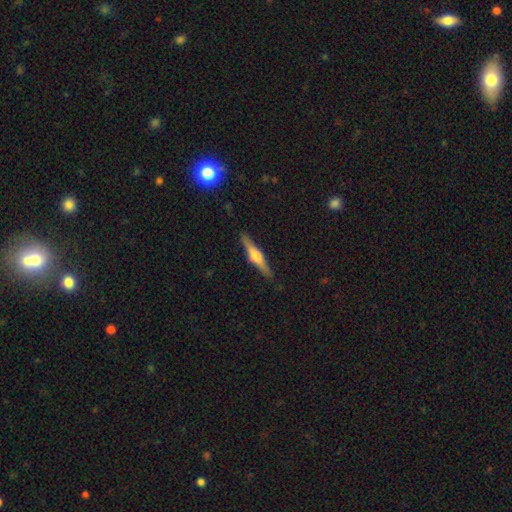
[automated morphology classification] A featured or disk galaxy (68%) viewed edge-on (97%) with a rounded central bulge (89%). Merging: none (90%).